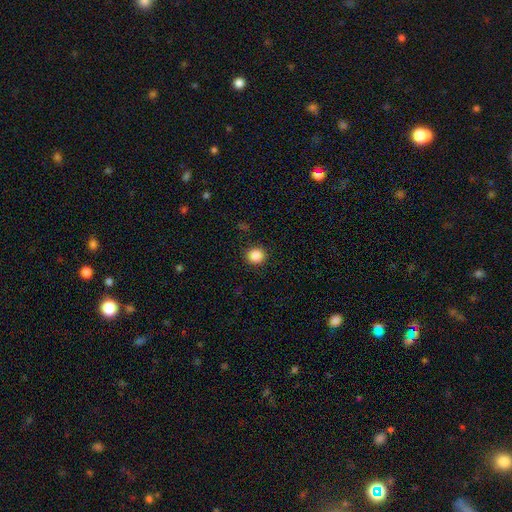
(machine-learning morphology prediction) This is clearly a smooth galaxy (87%). How rounded: clearly round (91%). Merging: clearly none (91%).